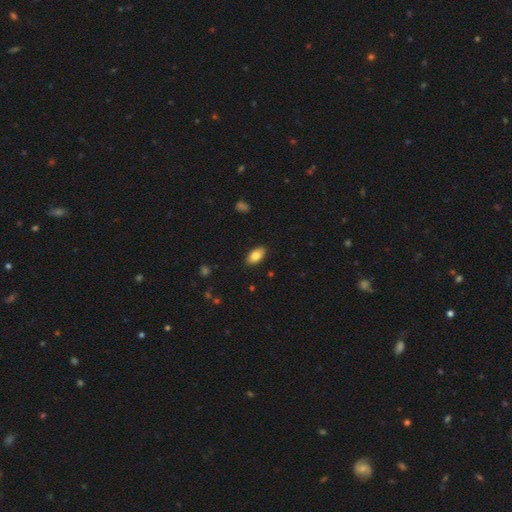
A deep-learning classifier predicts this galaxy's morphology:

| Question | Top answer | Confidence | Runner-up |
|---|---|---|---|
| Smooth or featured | smooth | 82% | featured or disk (11%) |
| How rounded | in between | 93% | cigar-shaped (4%) |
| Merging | none | 89% | minor disturbance (9%) |